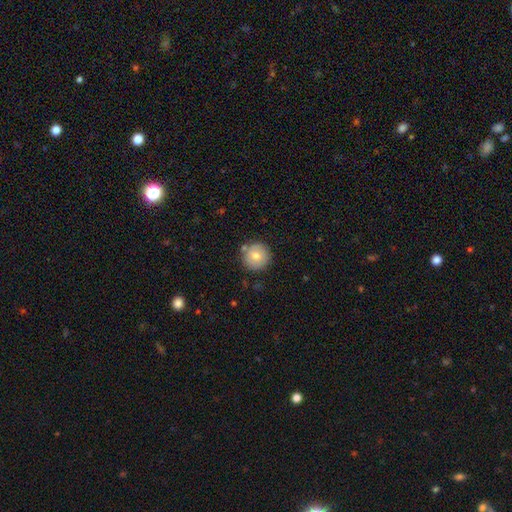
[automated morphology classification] Smooth or featured? smooth (72%)
How rounded? round (96%)
Merging? none (83%)